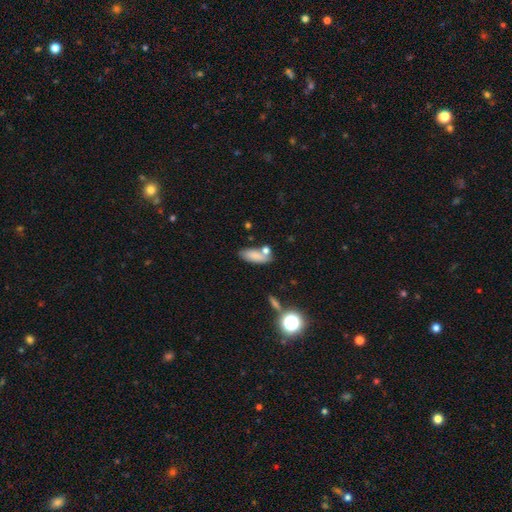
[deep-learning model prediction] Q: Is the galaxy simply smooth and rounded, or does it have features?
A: smooth — 80%.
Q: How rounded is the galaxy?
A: in between — 76%.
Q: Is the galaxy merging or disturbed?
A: none — 62%.